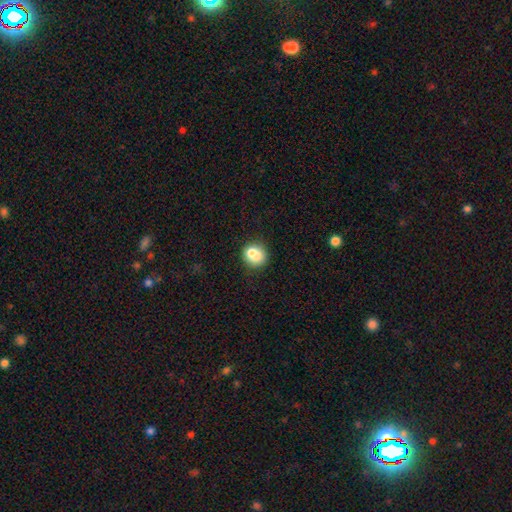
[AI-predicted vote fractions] Smooth or featured?
  - smooth: 75% *
  - featured or disk: 16%
  - star or artifact: 10%
How rounded?
  - round: 78% *
  - in between: 21%
  - cigar-shaped: 1%
Merging?
  - none: 53% *
  - merger: 28%
  - minor disturbance: 14%
  - major disturbance: 4%